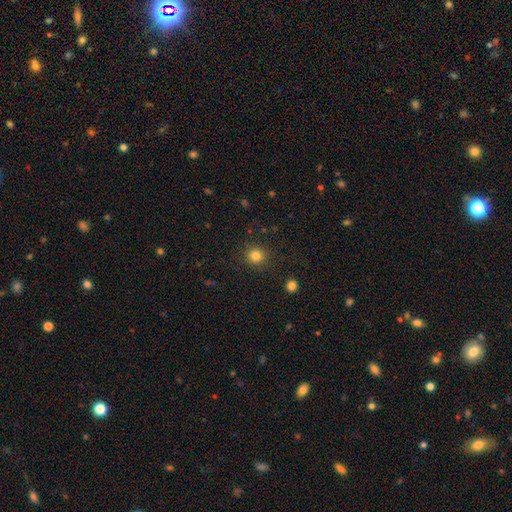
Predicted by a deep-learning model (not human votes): Morphology: type=smooth (82%); roundness=round (92%); merging=none (90%).